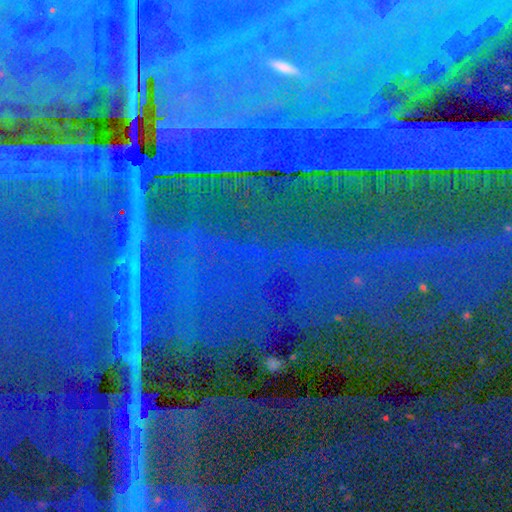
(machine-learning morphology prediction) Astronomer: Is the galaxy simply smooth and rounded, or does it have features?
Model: star or artifact — 89%.